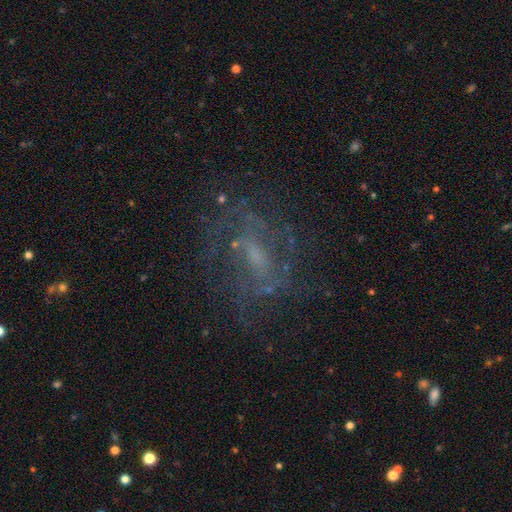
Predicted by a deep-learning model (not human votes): featured or disk 67%, star or artifact 18%, smooth 15%. Down the decision tree: edge-on disk — no (95%); bar — weak (47%); spiral arms — yes (75%); bulge size — small (43%); merging — none (66%).